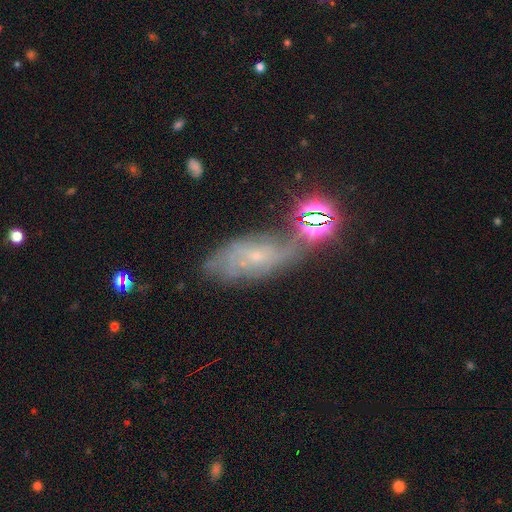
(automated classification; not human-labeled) smooth-or-featured: featured or disk: 54% | star or artifact: 23% | smooth: 23%
  disk-edge-on: no: 87% | yes: 13%
  merging: none: 55% | minor disturbance: 22% | major disturbance: 12% | merger: 11%